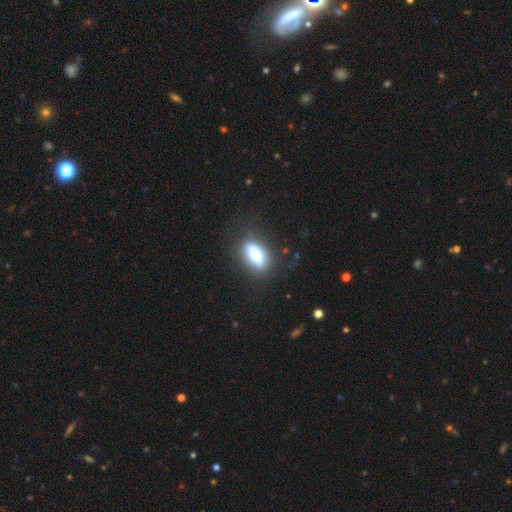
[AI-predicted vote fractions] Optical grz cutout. It shows a smooth galaxy with no disk features (66%) that is in between round and cigar-shaped (72%). Merging: none (80%).